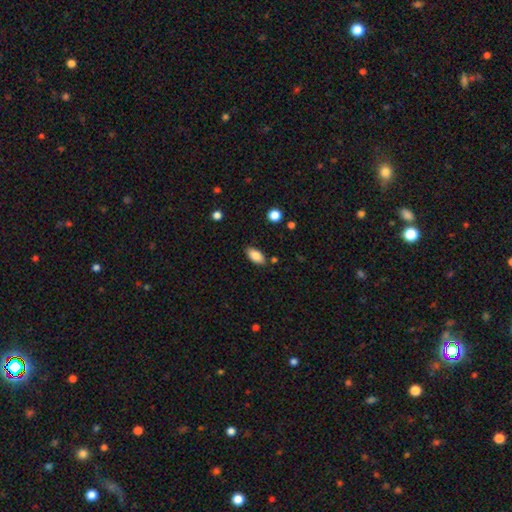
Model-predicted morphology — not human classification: Smooth or featured?
  - smooth: 84% *
  - featured or disk: 9%
  - star or artifact: 8%
How rounded?
  - in between: 91% *
  - cigar-shaped: 5%
  - round: 3%
Merging?
  - none: 84% *
  - minor disturbance: 11%
  - major disturbance: 2%
  - merger: 2%